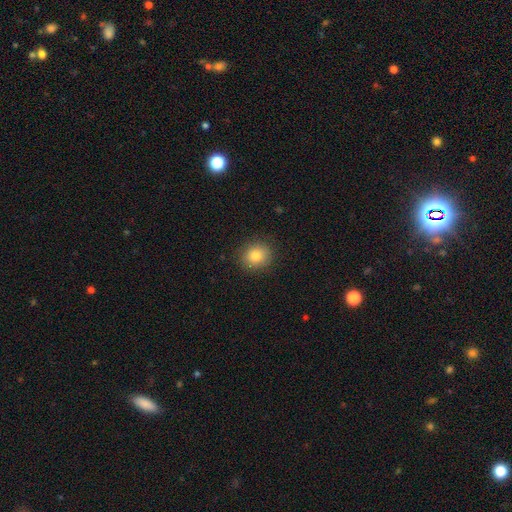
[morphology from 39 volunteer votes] This is clearly a smooth galaxy (92%). How rounded: clearly round (81%). Merging: clearly none (97%).